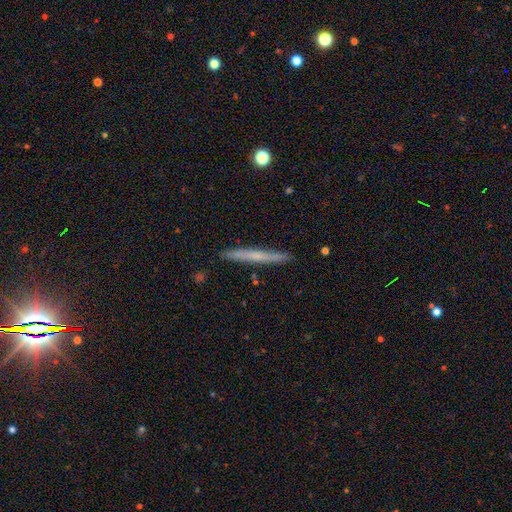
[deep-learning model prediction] Smooth or featured: smooth — 50% (featured or disk — 44%)
Merging: none — 91% (minor disturbance — 7%)